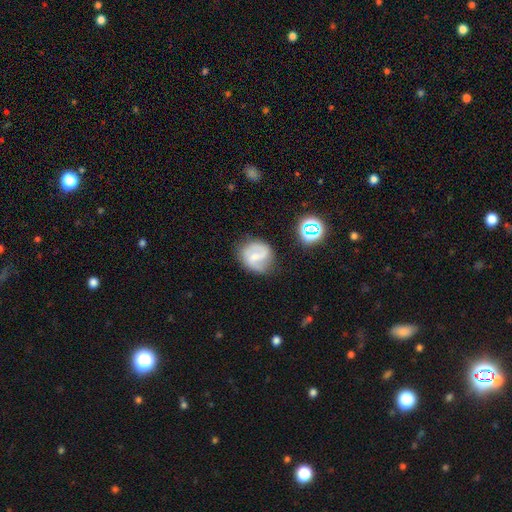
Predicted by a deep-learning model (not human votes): This appears to be a featured or disk galaxy (64%) with a weak bar (53%), 2 (78%) medium (45%) spiral arms (85%) and a small central bulge (52%). Merging: none (66%).